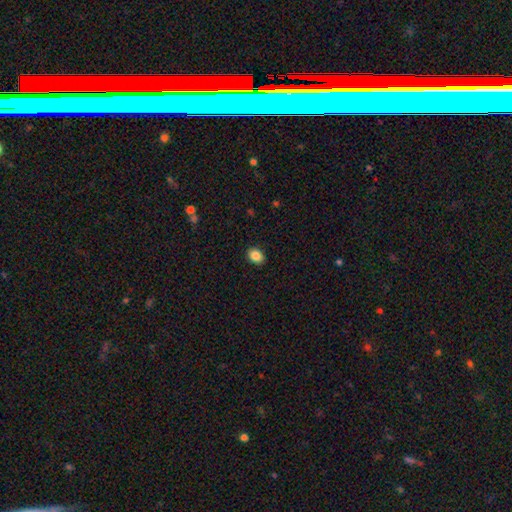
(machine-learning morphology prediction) Overall: smooth (86%). How rounded: in between (58%; round 41%). Merging: none (90%).